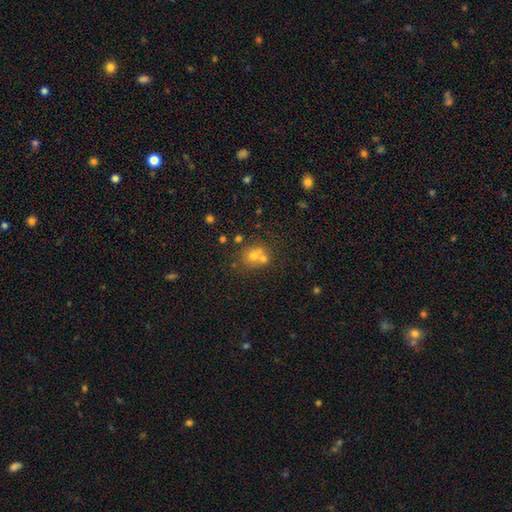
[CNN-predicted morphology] smooth_or_featured: smooth (p=0.61) [alt: featured or disk p=0.22]
how_rounded: round (p=0.72) [alt: in between p=0.27]
merging: merger (p=0.45) [alt: none p=0.41]